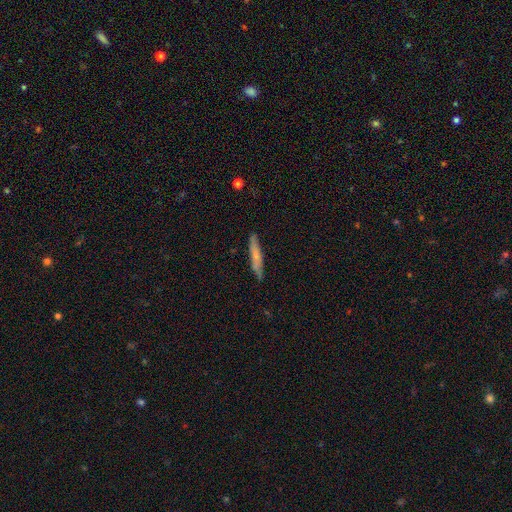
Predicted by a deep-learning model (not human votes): Smooth or featured: smooth — 61% (featured or disk — 32%)
How rounded: cigar-shaped — 93% (in between — 6%)
Merging: none — 85% (minor disturbance — 12%)